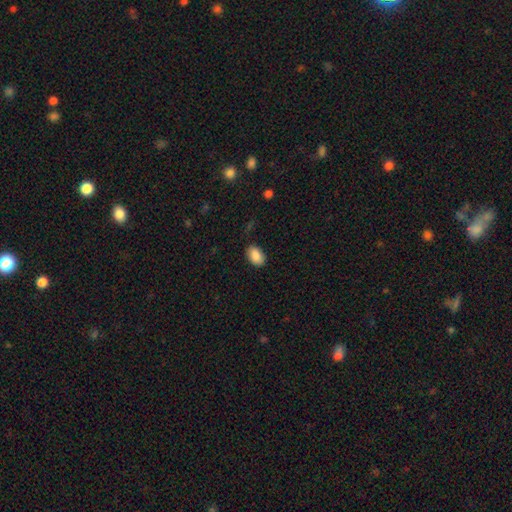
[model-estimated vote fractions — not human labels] Smooth or featured: smooth — 89% (star or artifact — 7%)
How rounded: in between — 89% (round — 10%)
Merging: none — 84% (minor disturbance — 12%)